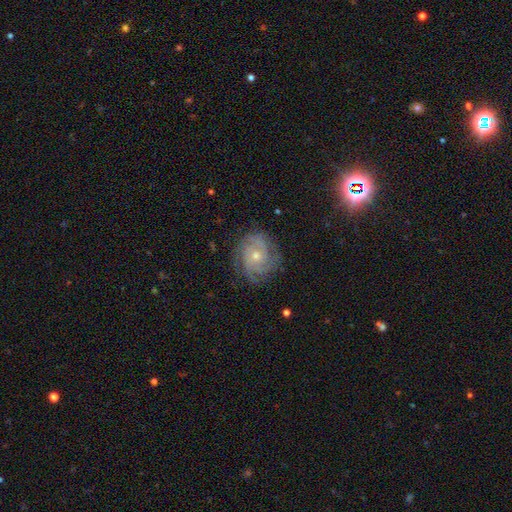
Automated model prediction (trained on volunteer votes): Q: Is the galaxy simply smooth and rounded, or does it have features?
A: featured or disk — 83%.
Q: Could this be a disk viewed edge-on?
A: no — 97%.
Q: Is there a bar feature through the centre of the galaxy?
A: no — 77%.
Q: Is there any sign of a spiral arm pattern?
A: yes — 97%.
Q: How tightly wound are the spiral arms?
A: tight — 69%.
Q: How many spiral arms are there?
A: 3 — 30%.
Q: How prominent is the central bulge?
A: small — 56%.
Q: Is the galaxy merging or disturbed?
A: none — 81%.